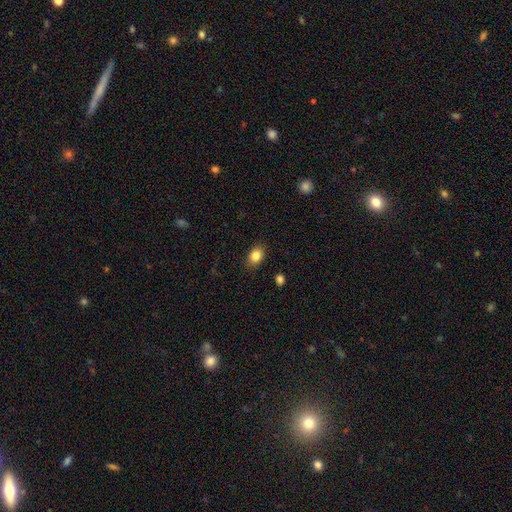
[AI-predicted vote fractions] This appears to be a smooth galaxy with no disk features (85%) that is in between round and cigar-shaped (68%). Merging: none (85%).